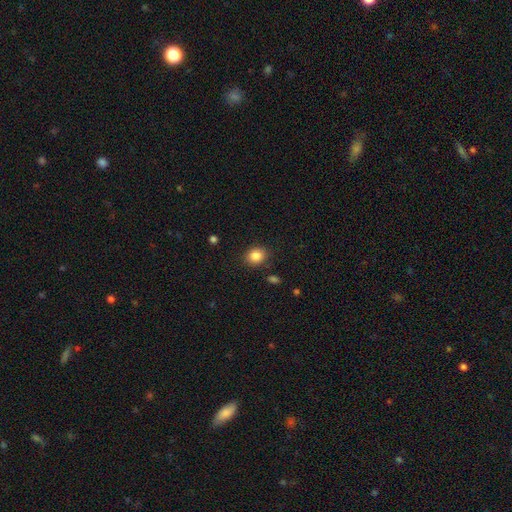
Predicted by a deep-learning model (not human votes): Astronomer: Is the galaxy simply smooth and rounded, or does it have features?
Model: smooth — 85%.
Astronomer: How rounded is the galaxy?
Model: round — 63%.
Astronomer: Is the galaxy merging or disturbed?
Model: none — 85%.